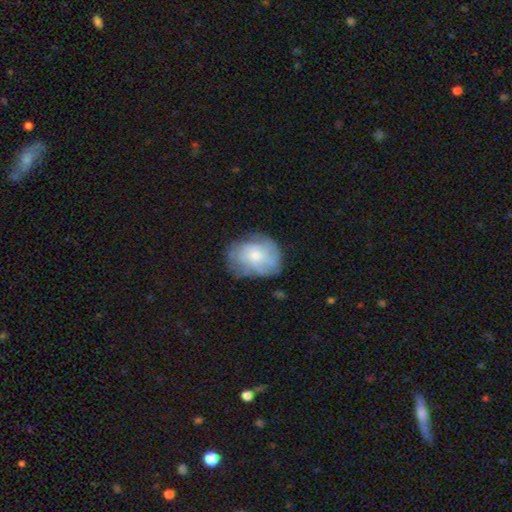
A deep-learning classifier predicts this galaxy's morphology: This is possibly a smooth galaxy (52%). How rounded: likely in between (63%). Merging: likely none (63%).